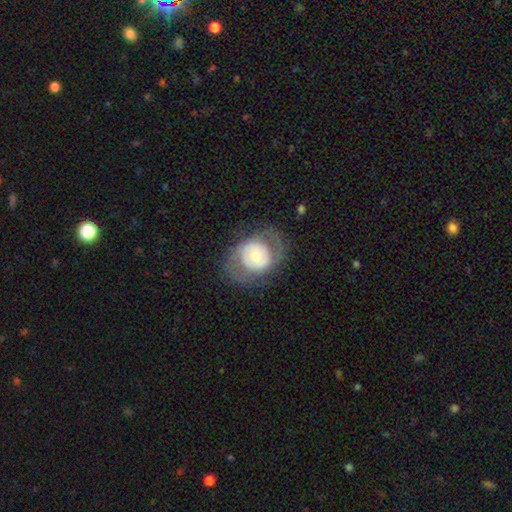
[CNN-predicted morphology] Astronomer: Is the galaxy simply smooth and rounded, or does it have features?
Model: featured or disk — 60%.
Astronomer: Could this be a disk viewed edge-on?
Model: no — 96%.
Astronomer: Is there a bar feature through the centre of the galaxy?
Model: no — 77%.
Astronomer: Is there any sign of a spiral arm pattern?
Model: no — 57% (runner-up: yes, 43%).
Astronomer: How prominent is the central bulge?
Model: moderate — 63%.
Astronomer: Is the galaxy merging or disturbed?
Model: none — 64%.